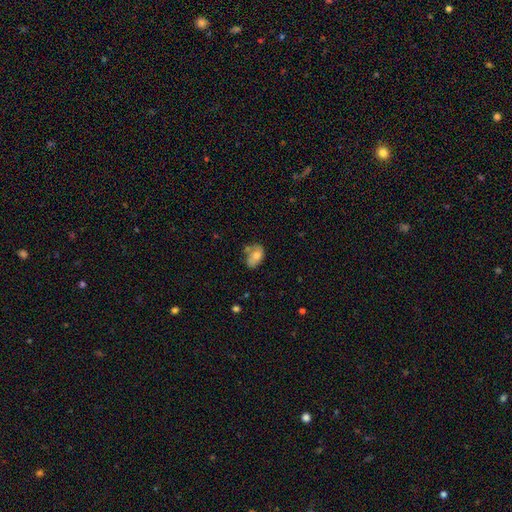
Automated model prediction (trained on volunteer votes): smooth-or-featured: smooth: 70% | featured or disk: 22% | star or artifact: 8%
  how-rounded: in between: 86% | round: 13% | cigar-shaped: 2%
  merging: none: 42% | minor disturbance: 30% | merger: 17% | major disturbance: 12%